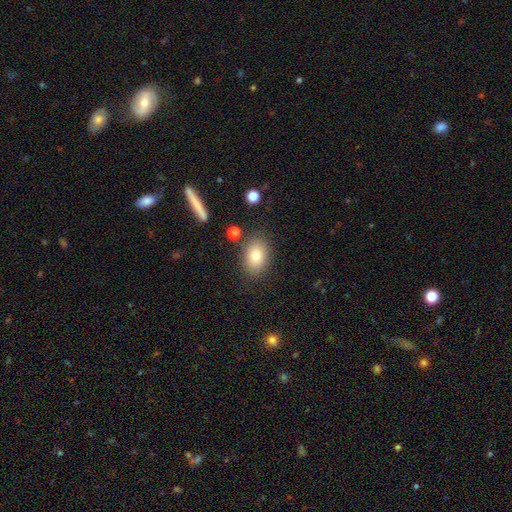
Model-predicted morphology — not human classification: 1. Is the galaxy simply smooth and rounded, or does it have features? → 80% smooth, 11% featured or disk, 9% star or artifact.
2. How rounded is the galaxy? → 75% in between, 24% round, 2% cigar-shaped.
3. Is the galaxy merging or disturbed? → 83% none, 11% minor disturbance, 3% merger, 3% major disturbance.